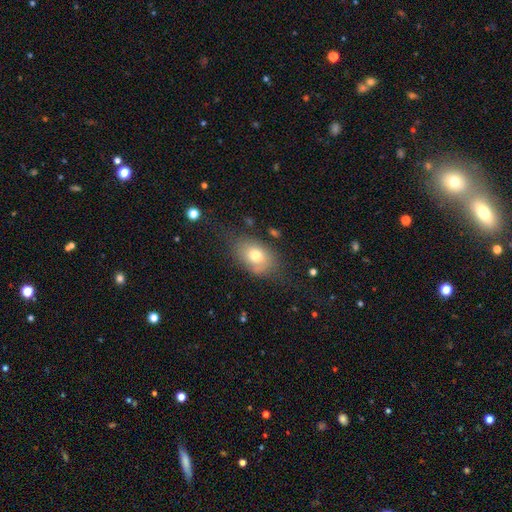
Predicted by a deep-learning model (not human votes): A smooth galaxy with no disk features (73%) that is in between round and cigar-shaped (80%).

Vote fractions:
- Smooth or featured? smooth: 73% / featured or disk: 18% / star or artifact: 10%
- How rounded? in between: 80% / round: 19% / cigar-shaped: 1%
- Merging? none: 63% / minor disturbance: 24% / major disturbance: 11% / merger: 3%